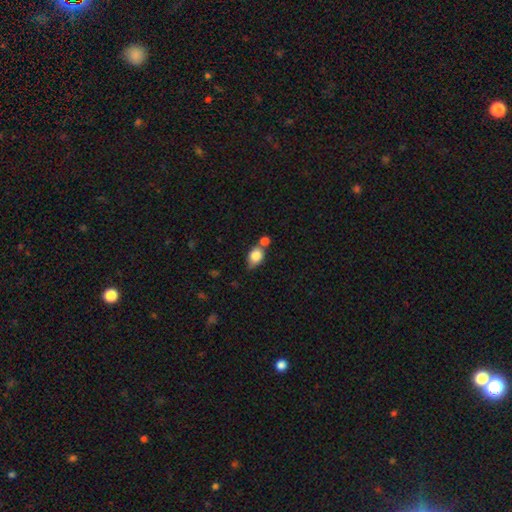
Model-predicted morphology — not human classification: Smooth or featured: smooth — 82% (featured or disk — 10%)
How rounded: in between — 67% (round — 30%)
Merging: none — 46% (merger — 31%)